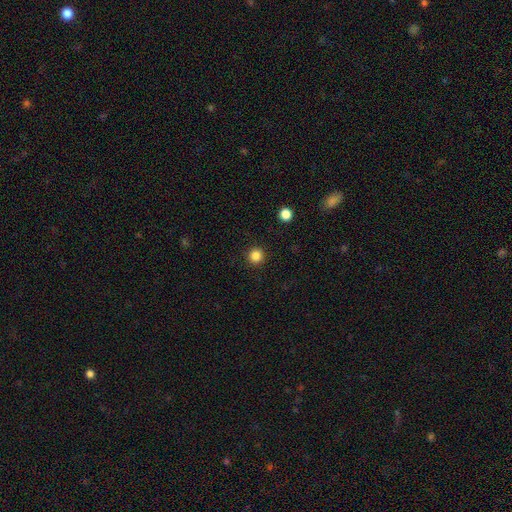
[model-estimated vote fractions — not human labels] Smooth or featured? Predicted: smooth (p=0.85). How rounded? Predicted: round (p=0.95). Merging? Predicted: none (p=0.92).